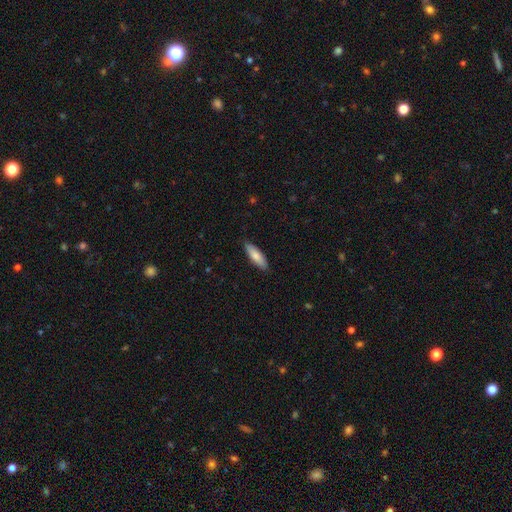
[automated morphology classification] smooth-or-featured: smooth: 80% | featured or disk: 15% | star or artifact: 5%
  how-rounded: in between: 50% | cigar-shaped: 48% | round: 2%
  merging: none: 86% | minor disturbance: 11% | major disturbance: 2% | merger: 1%